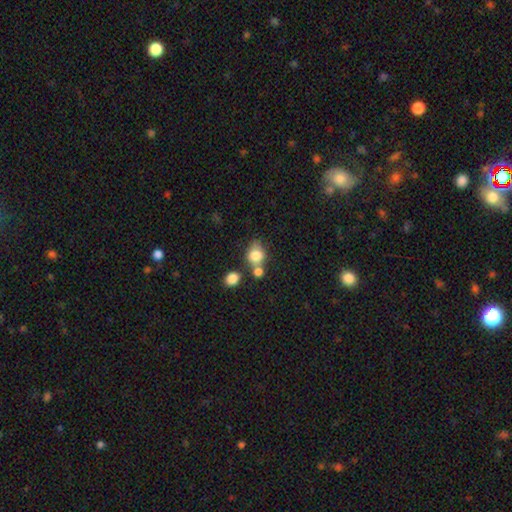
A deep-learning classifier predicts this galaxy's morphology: This is likely a smooth galaxy (79%). How rounded: possibly round (50%). Merging: marginally none (42%).